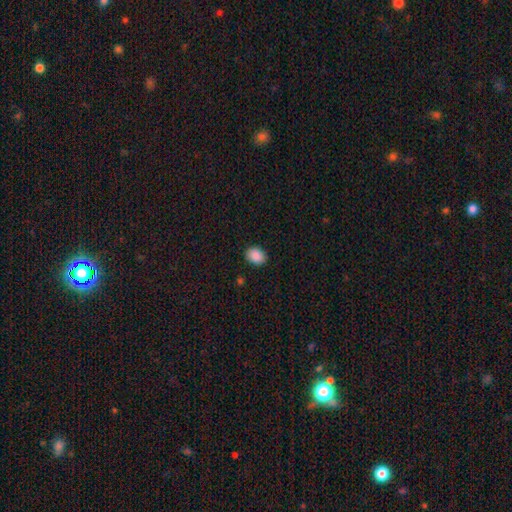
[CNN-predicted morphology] This appears to be a smooth galaxy with no disk features (89%) that is in between round and cigar-shaped (67%). Merging: none (89%).